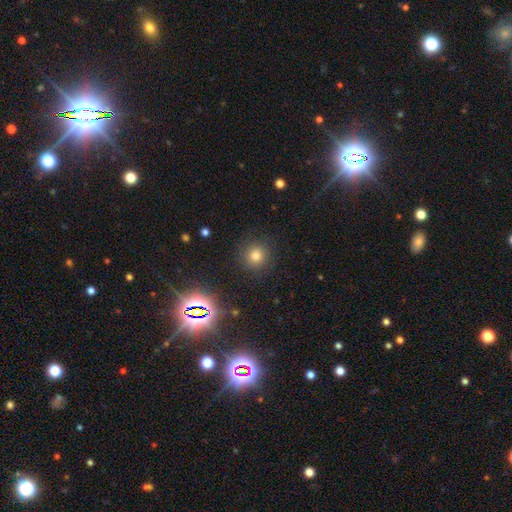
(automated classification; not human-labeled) Q: Smooth or featured?
A: smooth (77%); runner-up: star or artifact (16%)
Q: How rounded?
A: round (92%); runner-up: in between (7%)
Q: Merging?
A: none (88%); runner-up: minor disturbance (7%)